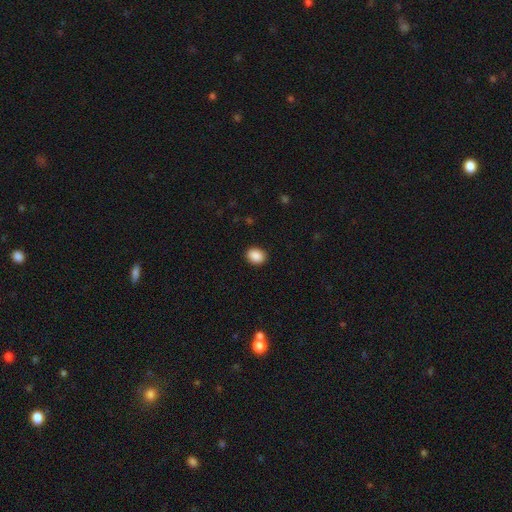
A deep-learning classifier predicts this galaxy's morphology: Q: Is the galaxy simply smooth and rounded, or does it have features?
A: smooth — 89%.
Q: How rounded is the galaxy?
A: in between — 54%.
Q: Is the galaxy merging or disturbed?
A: none — 90%.